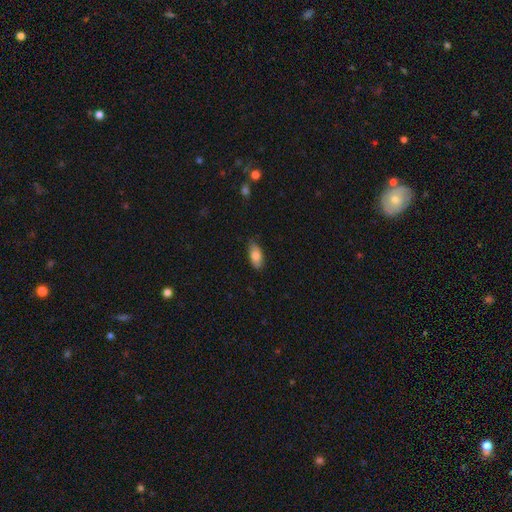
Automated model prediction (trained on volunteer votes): smooth-or-featured: smooth: 80% | featured or disk: 14% | star or artifact: 7%
  how-rounded: in between: 88% | cigar-shaped: 9% | round: 3%
  merging: none: 81% | minor disturbance: 15% | major disturbance: 2% | merger: 1%